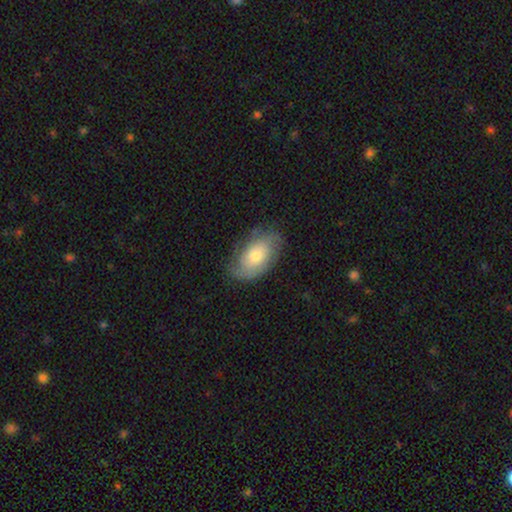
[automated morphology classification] This appears to be a featured or disk galaxy (48%). Merging: none (73%).